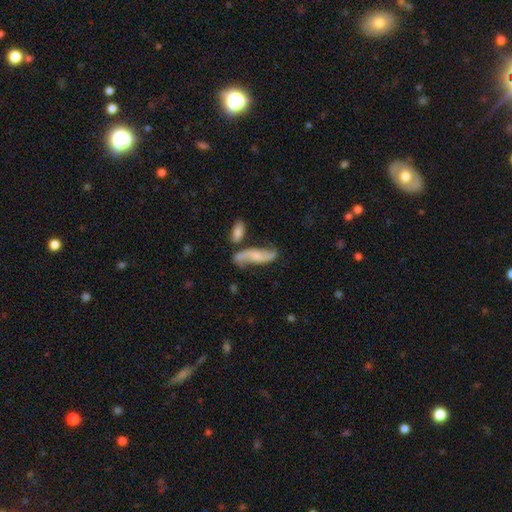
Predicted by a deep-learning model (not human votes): Smooth or featured: featured or disk — 69% (smooth — 24%)
Edge-on disk: no — 85% (yes — 15%)
Bar: no — 59% (weak — 30%)
Spiral arms: yes — 91% (no — 9%)
Spiral winding: loose — 73% (medium — 19%)
Spiral arm count: 2 — 90% (can't tell — 5%)
Bulge size: small — 51% (moderate — 31%)
Merging: none — 59% (minor disturbance — 19%)